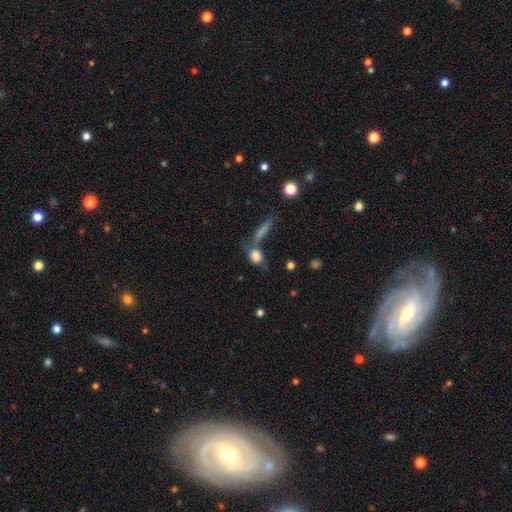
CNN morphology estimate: A smooth galaxy with no disk features (78%) that is round (50%).

Vote fractions:
- Smooth or featured? smooth: 78% / featured or disk: 12% / star or artifact: 10%
- How rounded? round: 50% / in between: 42% / cigar-shaped: 8%
- Merging? none: 46% / merger: 28% / minor disturbance: 15% / major disturbance: 10%